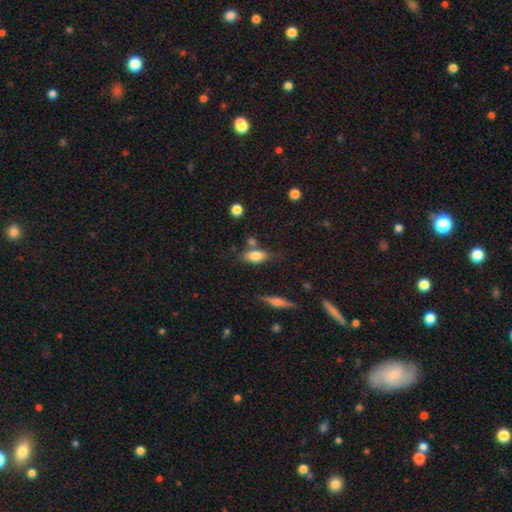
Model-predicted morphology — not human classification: This appears to be a smooth galaxy with no disk features (75%) that is in between round and cigar-shaped (83%). Merging: none (63%).